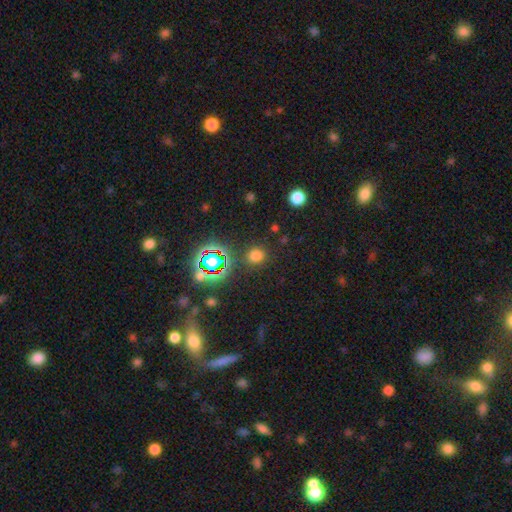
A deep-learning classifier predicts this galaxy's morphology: Q: Smooth or featured?
A: smooth (68%); runner-up: star or artifact (26%)
Q: How rounded?
A: round (74%); runner-up: in between (25%)
Q: Merging?
A: none (85%); runner-up: minor disturbance (8%)